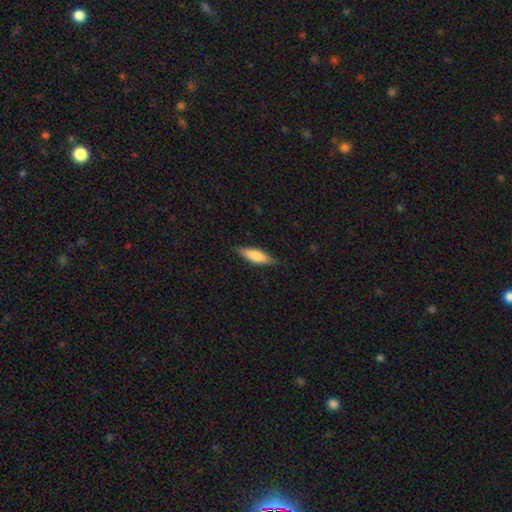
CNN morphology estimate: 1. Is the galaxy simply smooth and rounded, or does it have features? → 75% smooth, 19% featured or disk, 5% star or artifact.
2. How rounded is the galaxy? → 54% cigar-shaped, 44% in between, 2% round.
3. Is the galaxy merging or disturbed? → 83% none, 13% minor disturbance, 2% major disturbance, 1% merger.